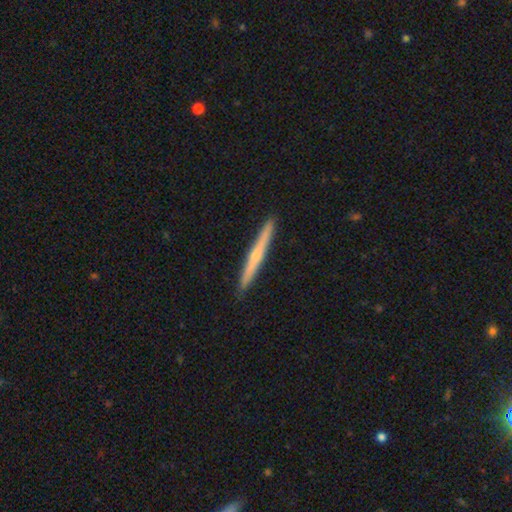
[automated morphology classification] This is possibly a featured or disk galaxy (54%). It is clearly viewed edge-on (98%). Edge-on bulge: possibly rounded (52%). Merging: clearly none (92%).